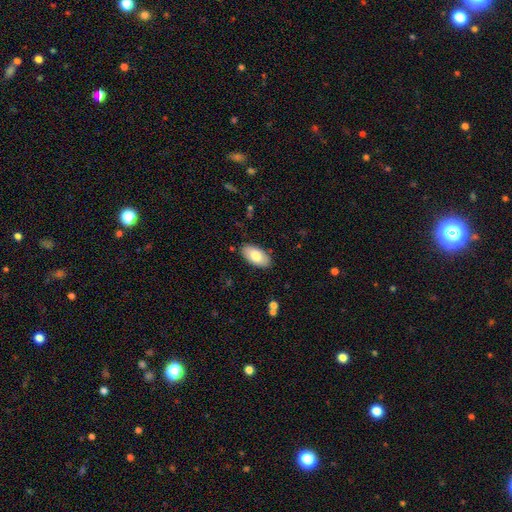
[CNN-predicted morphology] Smooth or featured?
  - smooth: 79% *
  - featured or disk: 15%
  - star or artifact: 6%
How rounded?
  - in between: 95% *
  - cigar-shaped: 3%
  - round: 3%
Merging?
  - none: 87% *
  - minor disturbance: 9%
  - major disturbance: 2%
  - merger: 1%